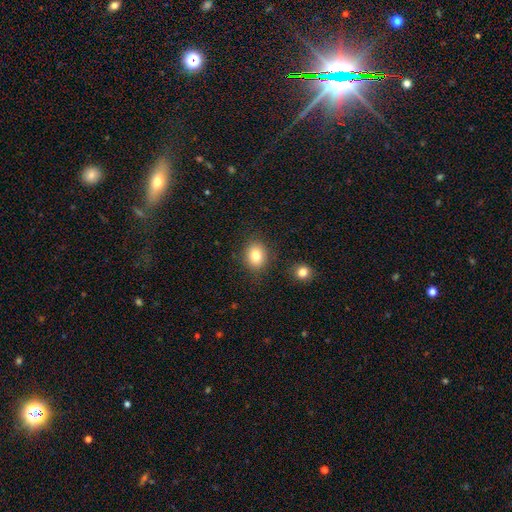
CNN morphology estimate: Q: Smooth or featured?
A: smooth (81%); runner-up: star or artifact (10%)
Q: How rounded?
A: round (56%); runner-up: in between (43%)
Q: Merging?
A: none (84%); runner-up: minor disturbance (10%)